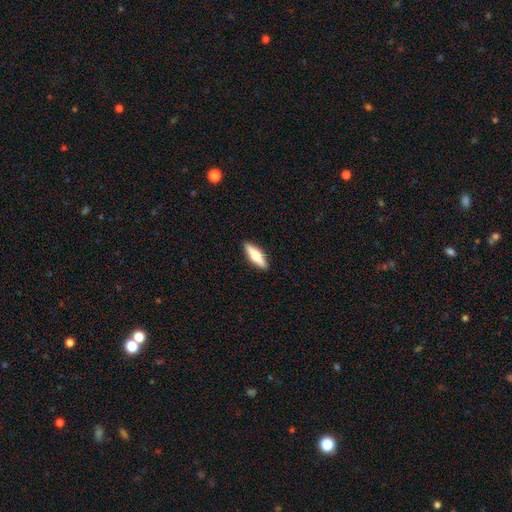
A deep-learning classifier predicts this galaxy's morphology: Q: Smooth or featured?
A: smooth (47%); tied with: featured or disk (47%)
Q: Merging?
A: none (91%); runner-up: minor disturbance (7%)